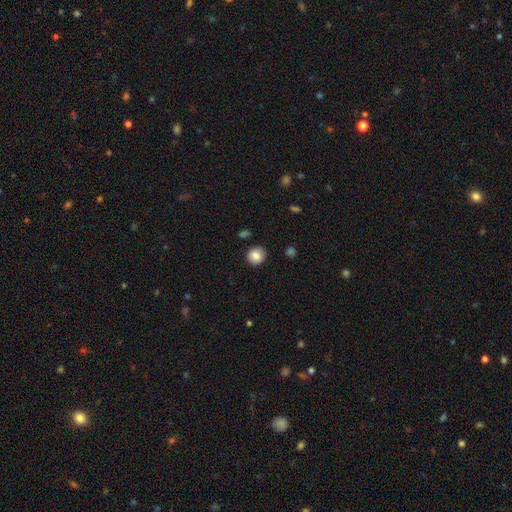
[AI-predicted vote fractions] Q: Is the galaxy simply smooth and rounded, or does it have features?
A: smooth — 84%.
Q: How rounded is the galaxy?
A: round — 87%.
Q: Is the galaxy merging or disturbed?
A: none — 87%.